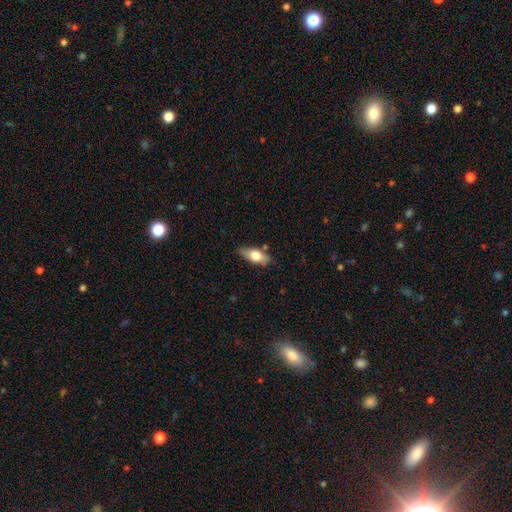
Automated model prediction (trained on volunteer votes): This appears to be a smooth galaxy with no disk features (66%) that is in between round and cigar-shaped (81%). Merging: none (81%).